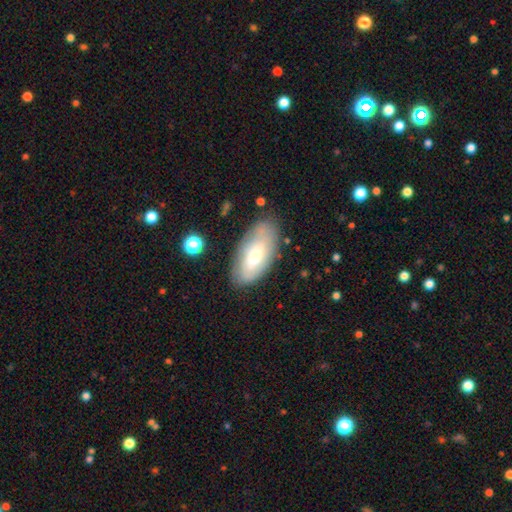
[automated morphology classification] The model was most divided on "smooth or featured": smooth: 54%, featured or disk: 38%, star or artifact: 8%. More confident: how rounded — in between (88%); merging — none (78%).